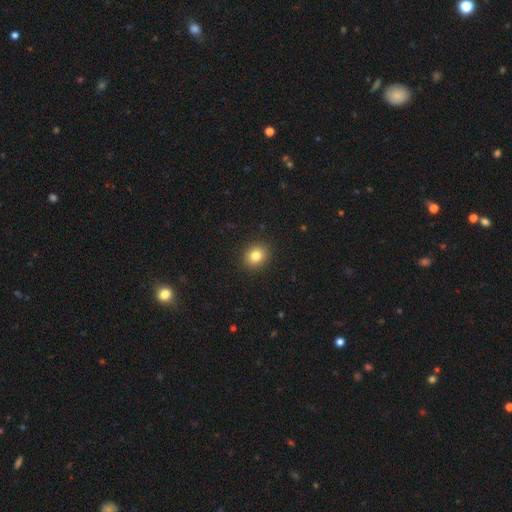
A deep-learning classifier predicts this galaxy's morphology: Smooth or featured: smooth — 82% (star or artifact — 10%)
How rounded: round — 68% (in between — 31%)
Merging: none — 91% (minor disturbance — 6%)